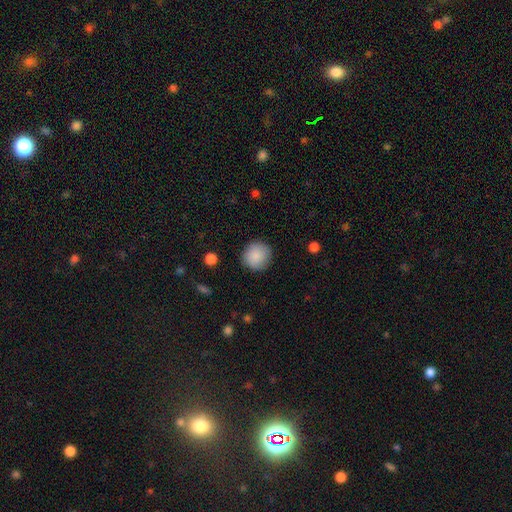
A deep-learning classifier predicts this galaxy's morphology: A smooth galaxy with no disk features (87%) that is round (92%).

Vote fractions:
- Smooth or featured? smooth: 87% / star or artifact: 7% / featured or disk: 5%
- How rounded? round: 92% / in between: 7% / cigar-shaped: 1%
- Merging? none: 88% / minor disturbance: 8% / major disturbance: 2% / merger: 1%